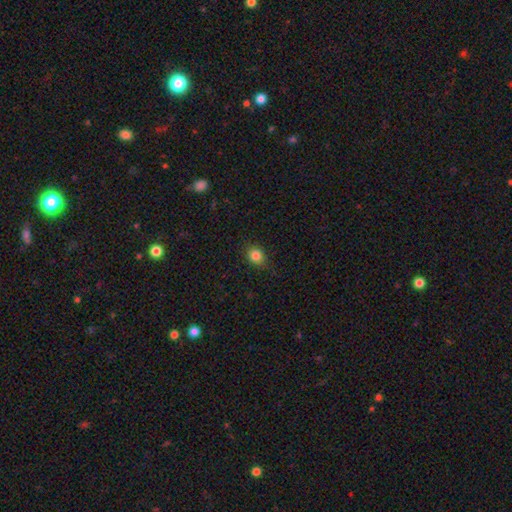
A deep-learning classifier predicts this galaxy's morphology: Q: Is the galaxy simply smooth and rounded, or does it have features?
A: smooth — 84%.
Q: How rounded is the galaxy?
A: round — 61%.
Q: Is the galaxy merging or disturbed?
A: none — 86%.